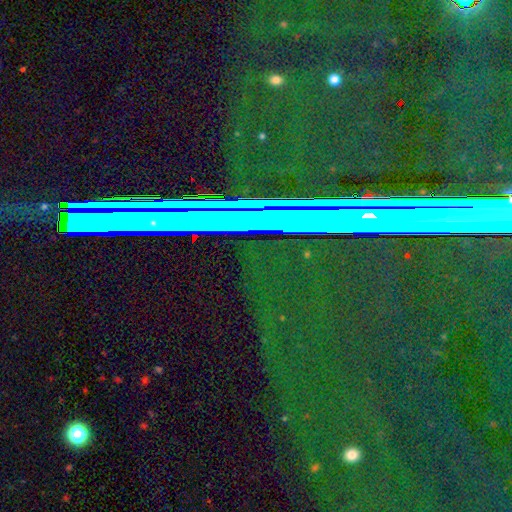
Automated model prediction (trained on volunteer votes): star or artifact 79%, featured or disk 13%, smooth 9%.